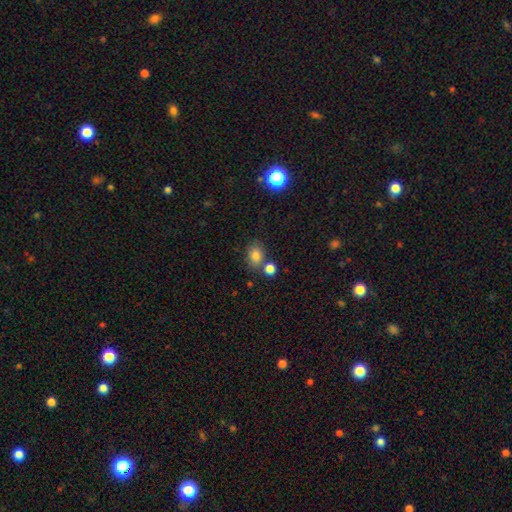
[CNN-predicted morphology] Overall: smooth (81%). How rounded: in between (60%; round 39%). Merging: none (65%).